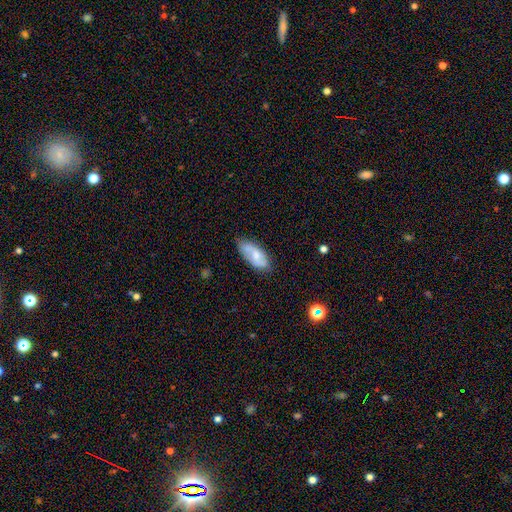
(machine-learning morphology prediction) smooth_or_featured: smooth (p=0.51) [alt: featured or disk p=0.42]
how_rounded: in between (p=0.87) [alt: cigar-shaped p=0.10]
merging: none (p=0.67) [alt: minor disturbance p=0.25]